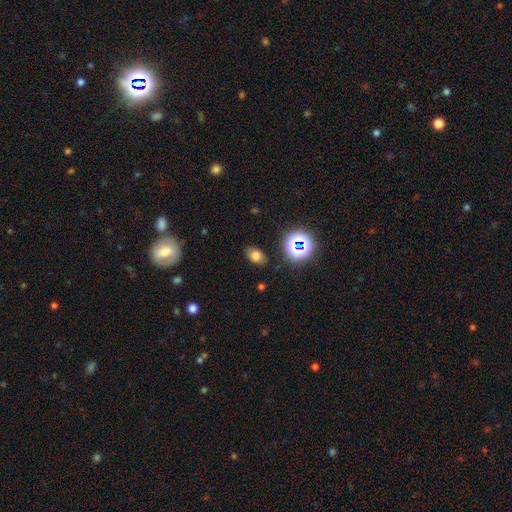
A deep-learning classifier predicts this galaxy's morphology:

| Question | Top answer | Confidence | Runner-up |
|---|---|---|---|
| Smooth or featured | smooth | 72% | star or artifact (20%) |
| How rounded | in between | 77% | round (21%) |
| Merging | none | 83% | minor disturbance (12%) |